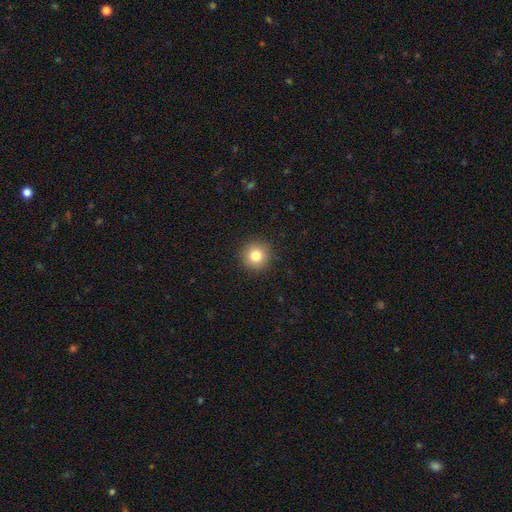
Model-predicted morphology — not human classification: Q: Smooth or featured?
A: smooth (82%); runner-up: star or artifact (11%)
Q: How rounded?
A: round (94%); runner-up: in between (5%)
Q: Merging?
A: none (92%); runner-up: minor disturbance (6%)